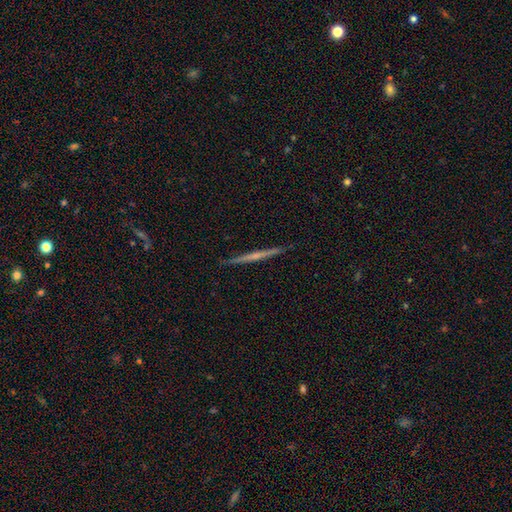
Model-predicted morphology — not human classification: A featured or disk galaxy (67%) viewed edge-on (98%) with no central bulge (60%). Merging: none (91%).